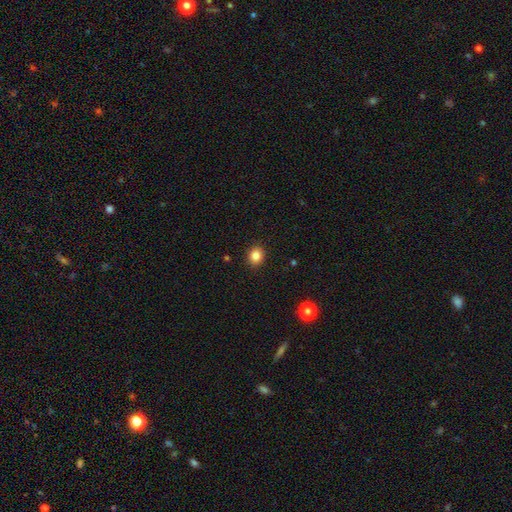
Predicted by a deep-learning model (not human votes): smooth-or-featured: smooth: 85% | star or artifact: 11% | featured or disk: 4%
  how-rounded: round: 71% | in between: 28% | cigar-shaped: 1%
  merging: none: 91% | minor disturbance: 6% | major disturbance: 2% | merger: 1%